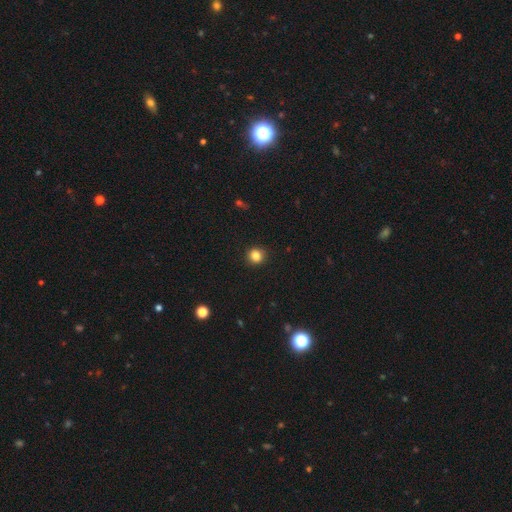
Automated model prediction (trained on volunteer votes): Overall: smooth (84%). How rounded: round (90%). Merging: none (91%).